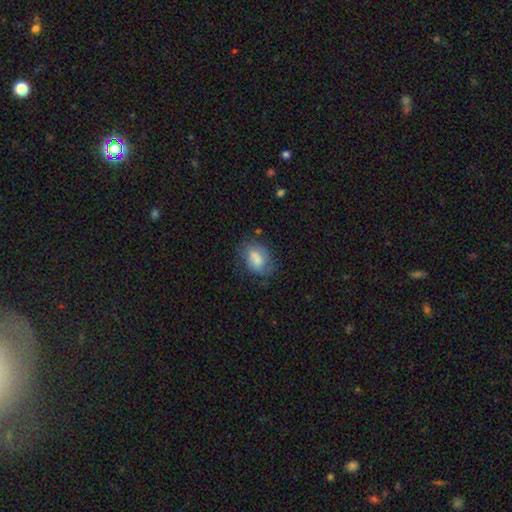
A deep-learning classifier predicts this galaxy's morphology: Overall: smooth (62%; featured or disk 26%). How rounded: in between (75%). Merging: none (68%).